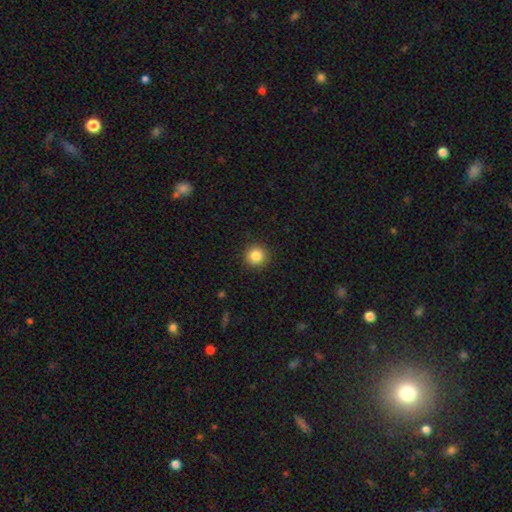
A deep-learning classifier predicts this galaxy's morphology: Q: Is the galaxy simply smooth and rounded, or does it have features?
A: smooth — 86%.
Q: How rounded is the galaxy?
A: round — 95%.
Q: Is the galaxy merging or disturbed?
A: none — 92%.